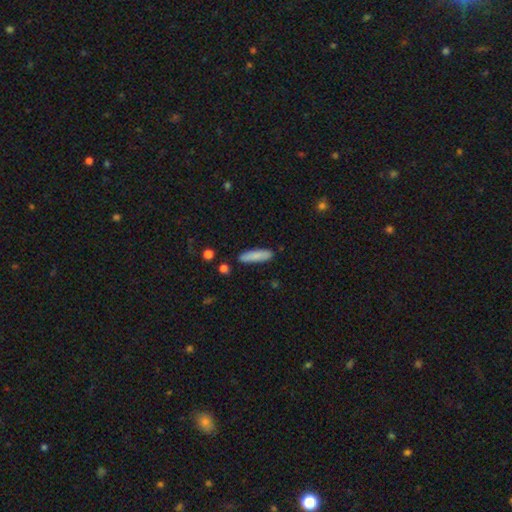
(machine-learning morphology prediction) Smooth or featured? smooth (84%)
How rounded? cigar-shaped (71%)
Merging? none (87%)